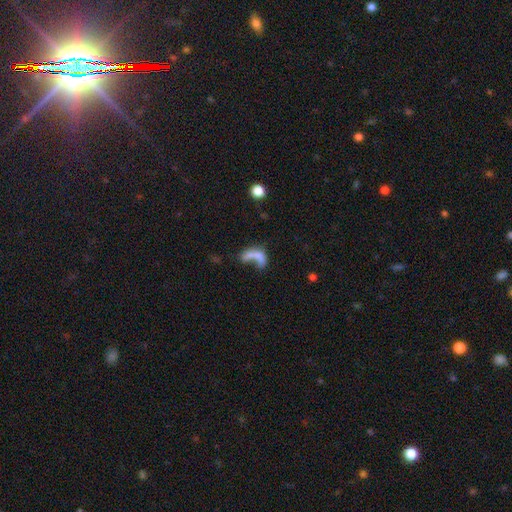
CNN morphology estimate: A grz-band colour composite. It shows a smooth galaxy with no disk features (58%) that is in between round and cigar-shaped (66%). Merging: merger (40%).